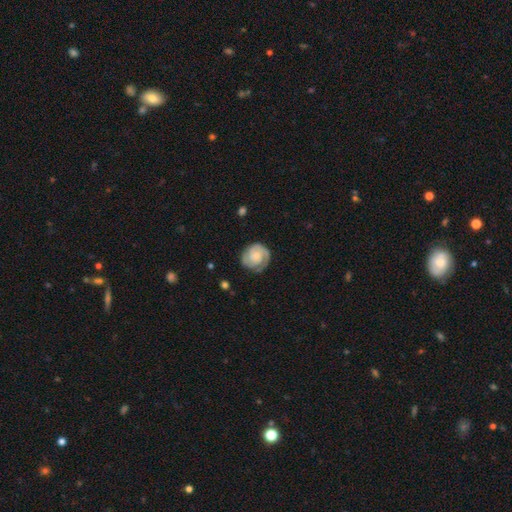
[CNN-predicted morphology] type=featured or disk (75%); edge-on=no (98%); bar=no (73%); spiral arms=yes (95%); winding=tight (67%); arm count=2 (60%); bulge=small (46%); merging=none (76%).